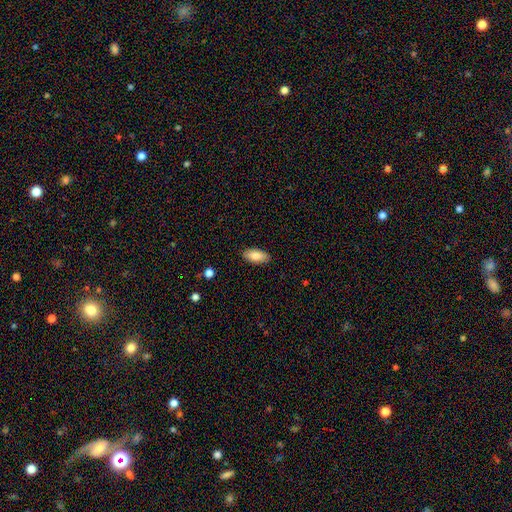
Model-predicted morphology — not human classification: Smooth or featured?
  - smooth: 85% *
  - featured or disk: 8%
  - star or artifact: 6%
How rounded?
  - in between: 89% *
  - cigar-shaped: 8%
  - round: 2%
Merging?
  - none: 88% *
  - minor disturbance: 9%
  - major disturbance: 2%
  - merger: 1%